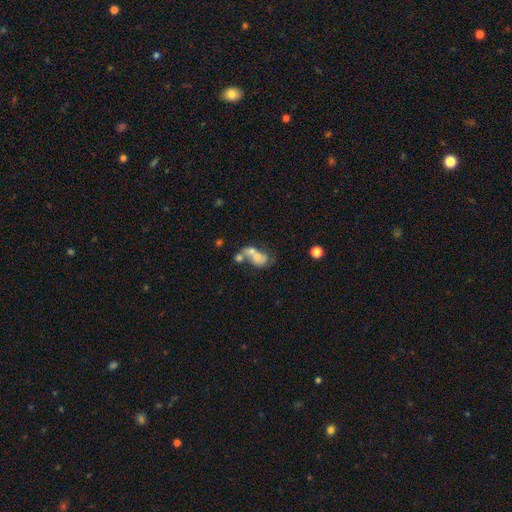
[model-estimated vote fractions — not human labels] Q: Smooth or featured?
A: smooth (52%); runner-up: featured or disk (37%)
Q: How rounded?
A: in between (72%); runner-up: round (25%)
Q: Merging?
A: merger (61%); runner-up: none (16%)